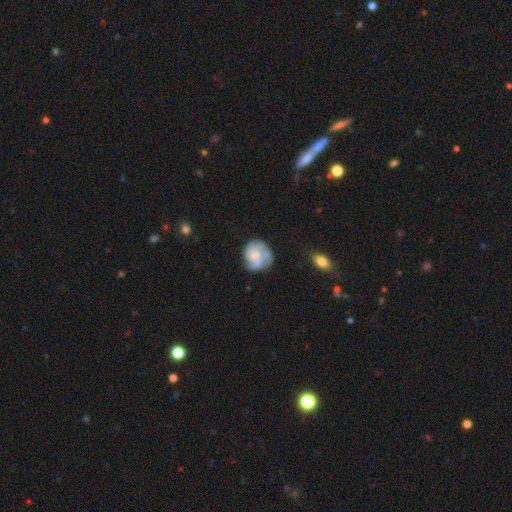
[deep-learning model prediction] Morphology: type=featured or disk (53%); edge-on=no (98%); bar=no (79%); spiral arms=yes (60%); bulge=moderate (35%); merging=none (57%).